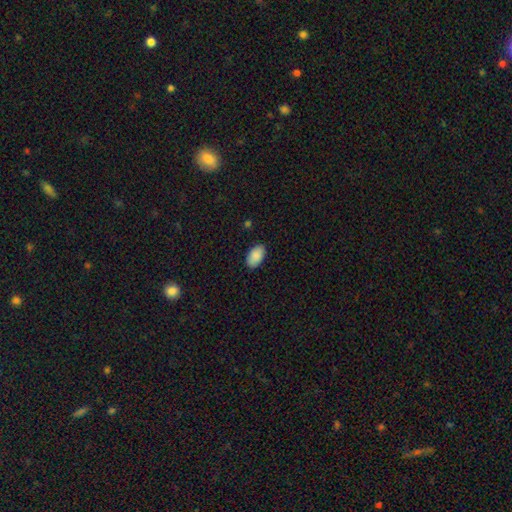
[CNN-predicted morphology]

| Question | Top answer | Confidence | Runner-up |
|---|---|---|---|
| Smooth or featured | smooth | 90% | star or artifact (6%) |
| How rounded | in between | 94% | round (4%) |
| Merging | none | 87% | minor disturbance (10%) |